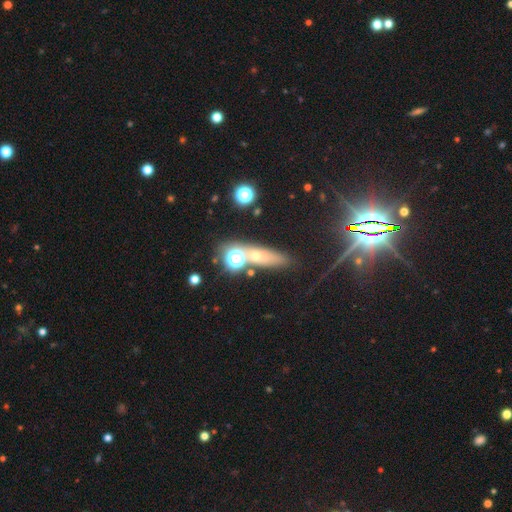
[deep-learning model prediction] smooth_or_featured: smooth (p=0.43) [alt: star or artifact p=0.36]
merging: none (p=0.70) [alt: merger p=0.14]